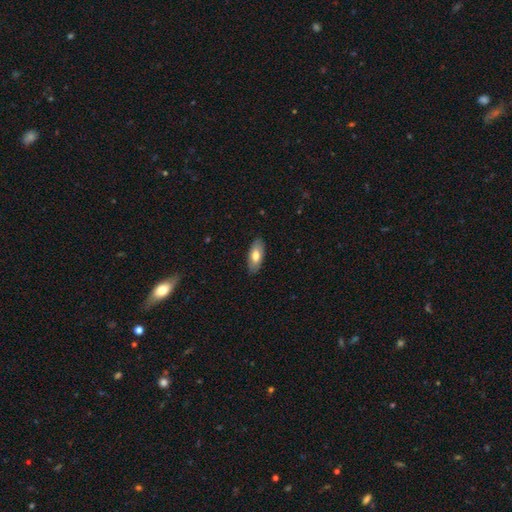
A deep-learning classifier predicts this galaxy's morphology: A smooth galaxy with no disk features (71%) that is in between round and cigar-shaped (86%).

Vote fractions:
- Smooth or featured? smooth: 71% / featured or disk: 23% / star or artifact: 6%
- How rounded? in between: 86% / cigar-shaped: 12% / round: 2%
- Merging? none: 87% / minor disturbance: 10% / major disturbance: 2% / merger: 1%